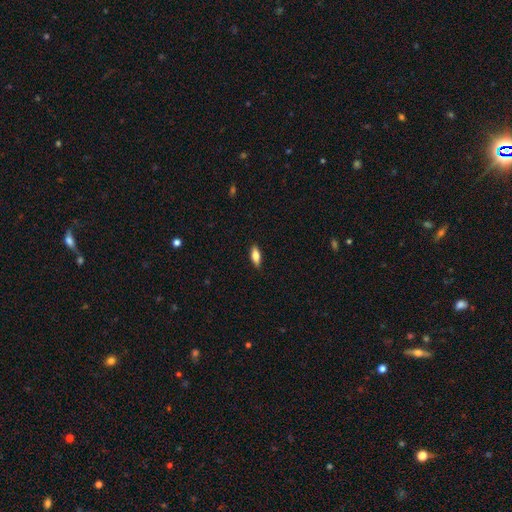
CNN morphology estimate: A smooth galaxy with no disk features (72%) that is in between round and cigar-shaped (67%).

Vote fractions:
- Smooth or featured? smooth: 72% / featured or disk: 21% / star or artifact: 7%
- How rounded? in between: 67% / cigar-shaped: 30% / round: 3%
- Merging? none: 87% / minor disturbance: 10% / major disturbance: 2% / merger: 1%